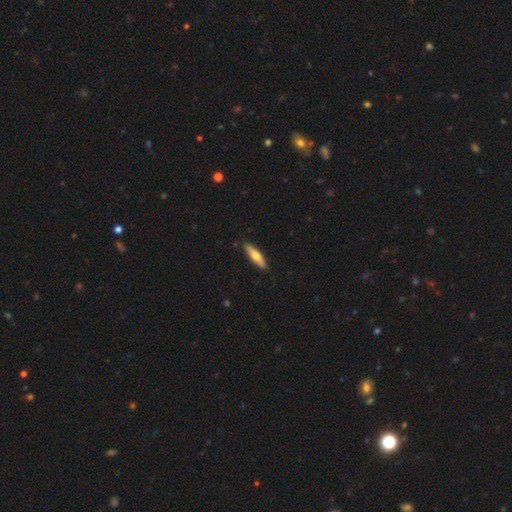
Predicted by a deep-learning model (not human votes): Morphology: type=smooth (63%); roundness=cigar-shaped (72%); merging=none (88%).